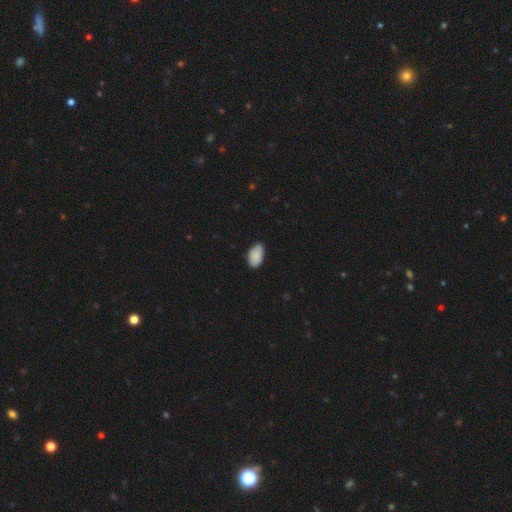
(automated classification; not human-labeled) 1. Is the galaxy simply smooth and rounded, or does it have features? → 89% smooth, 7% star or artifact, 4% featured or disk.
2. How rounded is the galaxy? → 95% in between, 4% round, 1% cigar-shaped.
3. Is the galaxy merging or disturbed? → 77% none, 20% minor disturbance, 2% major disturbance, 1% merger.